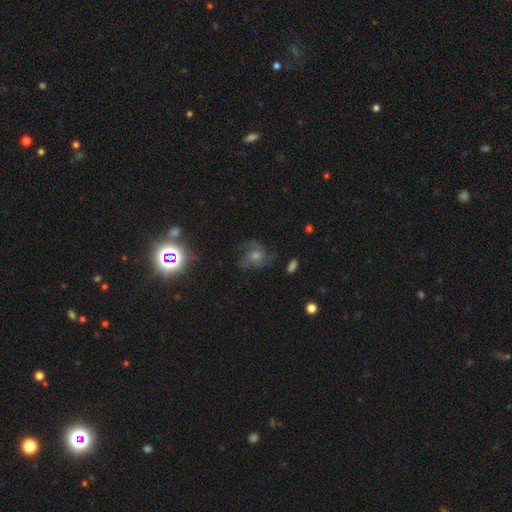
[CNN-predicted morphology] type=featured or disk (57%); edge-on=no (97%); bar=no (77%); spiral arms=yes (89%); bulge=moderate (62%); merging=none (66%).